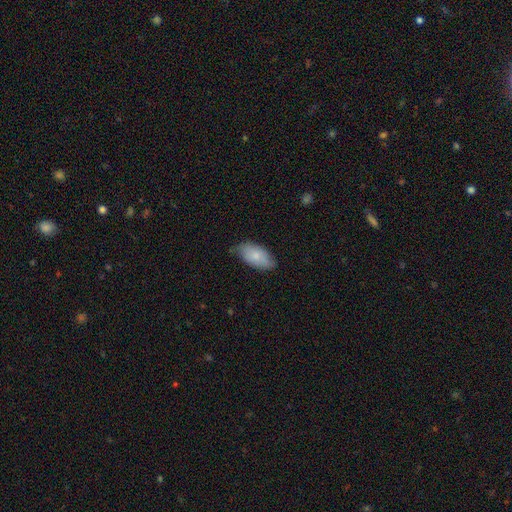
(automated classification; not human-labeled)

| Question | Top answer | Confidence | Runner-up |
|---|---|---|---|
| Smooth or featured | smooth | 78% | featured or disk (16%) |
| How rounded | in between | 93% | cigar-shaped (4%) |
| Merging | none | 67% | minor disturbance (27%) |